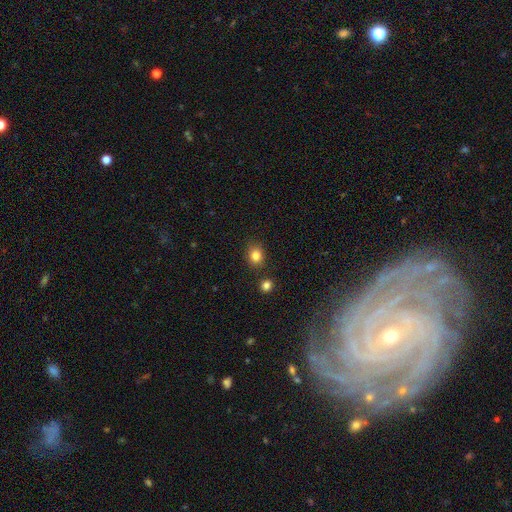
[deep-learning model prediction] smooth_or_featured: smooth (p=0.84) [alt: star or artifact p=0.11]
how_rounded: round (p=0.67) [alt: in between p=0.32]
merging: none (p=0.82) [alt: minor disturbance p=0.10]